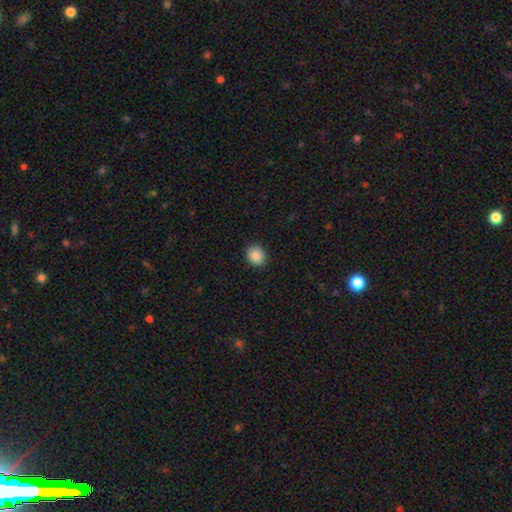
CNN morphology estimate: Smooth or featured? smooth (87%)
How rounded? round (75%)
Merging? none (90%)